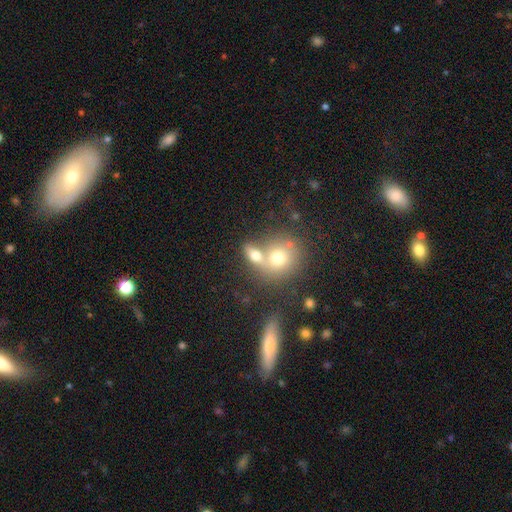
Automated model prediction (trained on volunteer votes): This appears to be a smooth galaxy with no disk features (69%) that is in between round and cigar-shaped (53%). Merging: merger (52%).